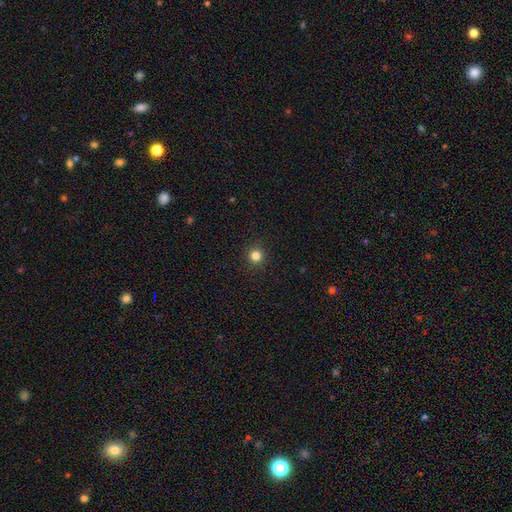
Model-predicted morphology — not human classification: smooth-or-featured: smooth: 83% | star or artifact: 13% | featured or disk: 4%
  how-rounded: round: 95% | in between: 4% | cigar-shaped: 1%
  merging: none: 93% | minor disturbance: 4% | major disturbance: 2% | merger: 1%